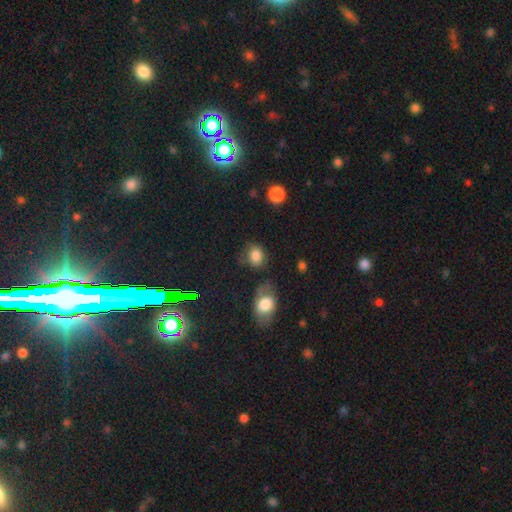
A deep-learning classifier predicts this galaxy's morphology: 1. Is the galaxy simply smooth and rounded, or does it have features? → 82% smooth, 11% star or artifact, 8% featured or disk.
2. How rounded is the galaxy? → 50% round, 49% in between, 1% cigar-shaped.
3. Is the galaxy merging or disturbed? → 60% none, 24% minor disturbance, 9% major disturbance, 7% merger.